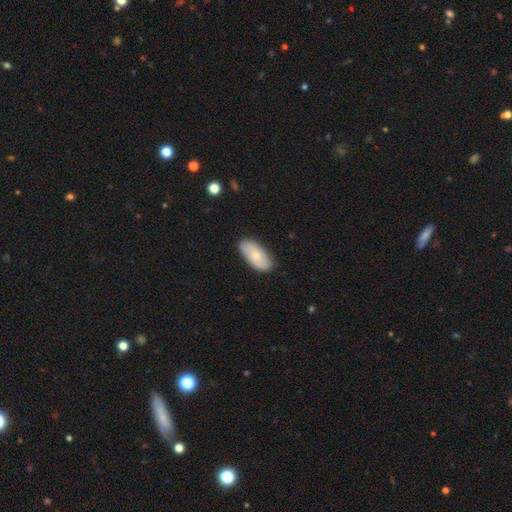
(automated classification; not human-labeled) Smooth or featured? Predicted: smooth (p=0.73). How rounded? Predicted: in between (p=0.93). Merging? Predicted: none (p=0.84).